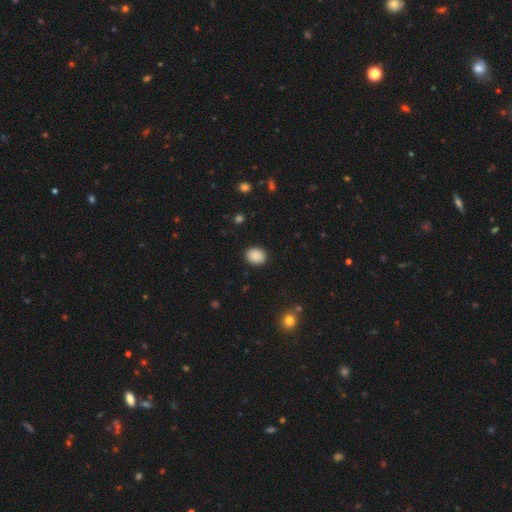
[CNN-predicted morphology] Smooth or featured: smooth — 89% (star or artifact — 9%)
How rounded: round — 61% (in between — 38%)
Merging: none — 90% (minor disturbance — 7%)